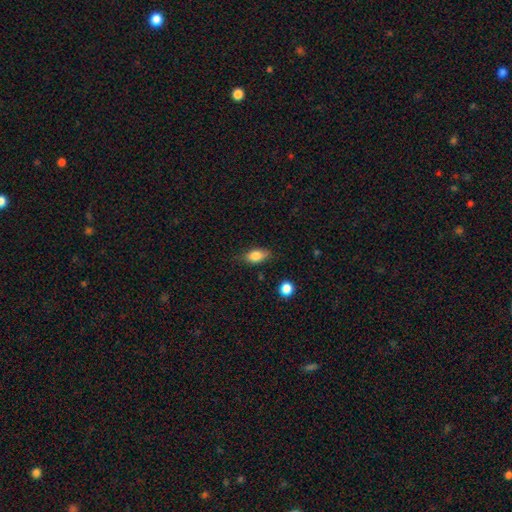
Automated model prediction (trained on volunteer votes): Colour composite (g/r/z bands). It shows a smooth galaxy with no disk features (80%) that is in between round and cigar-shaped (84%). Merging: none (75%).